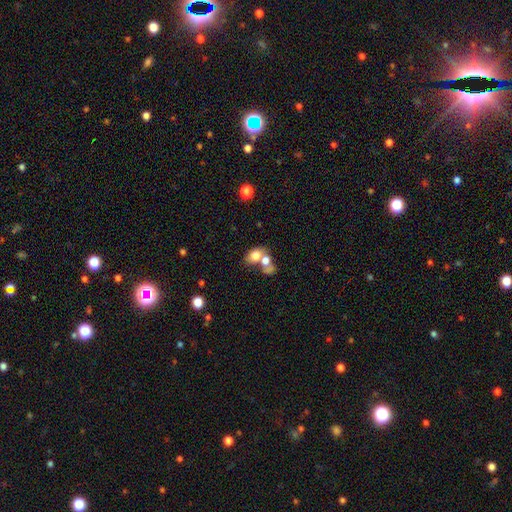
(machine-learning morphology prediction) Overall: smooth (73%). How rounded: in between (68%; round 31%). Merging: merger (56%; none 28%).